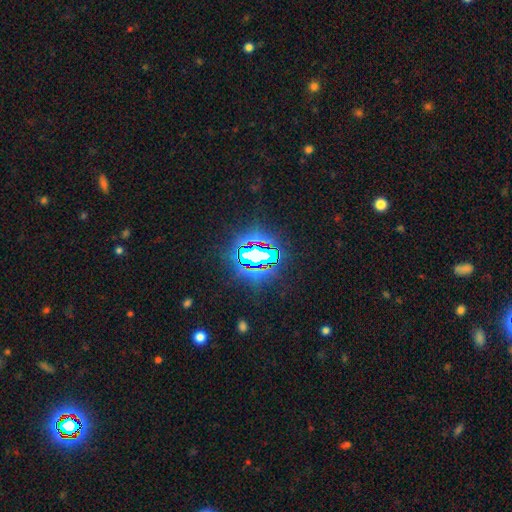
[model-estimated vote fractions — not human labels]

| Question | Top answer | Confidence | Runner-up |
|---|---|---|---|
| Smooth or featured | star or artifact | 75% | smooth (14%) |